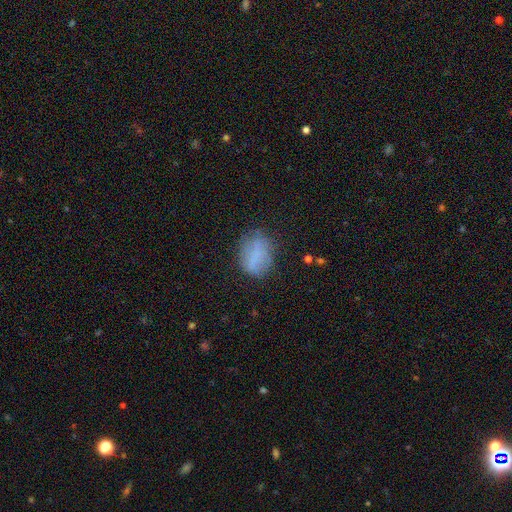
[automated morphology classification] type=smooth (70%); roundness=in between (67%); merging=none (65%).